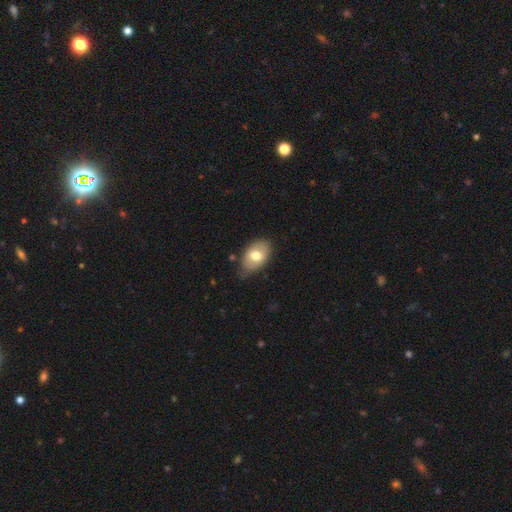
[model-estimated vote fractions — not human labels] smooth-or-featured: smooth: 69% | featured or disk: 24% | star or artifact: 7%
  how-rounded: in between: 88% | round: 10% | cigar-shaped: 1%
  merging: none: 63% | minor disturbance: 29% | major disturbance: 6% | merger: 2%